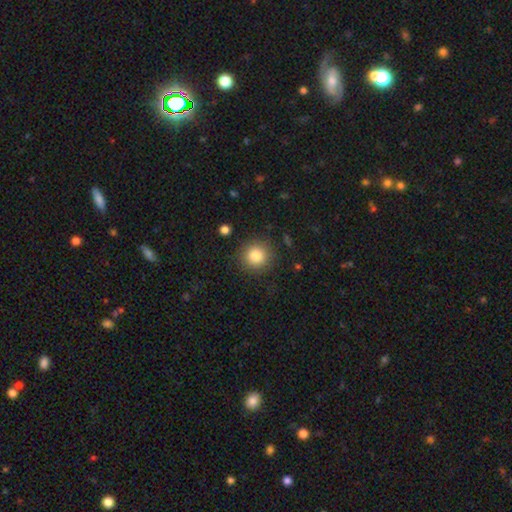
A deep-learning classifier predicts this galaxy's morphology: smooth_or_featured: smooth (p=0.84) [alt: star or artifact p=0.10]
how_rounded: round (p=0.94) [alt: in between p=0.05]
merging: none (p=0.88) [alt: minor disturbance p=0.07]